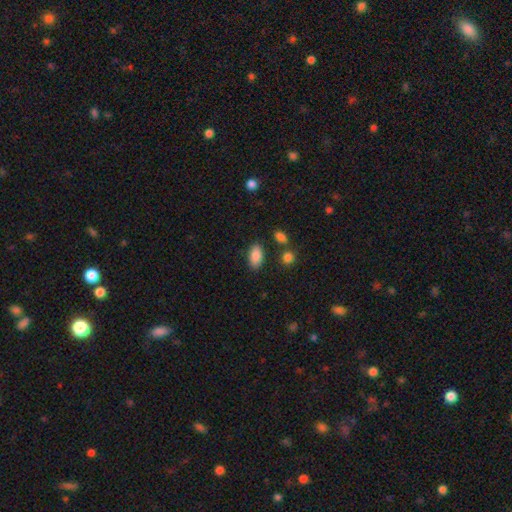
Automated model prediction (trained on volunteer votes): Smooth or featured: smooth — 87% (star or artifact — 8%)
How rounded: in between — 93% (round — 4%)
Merging: none — 82% (minor disturbance — 11%)